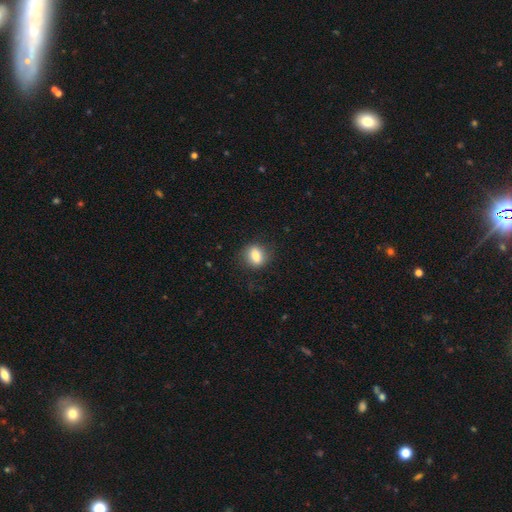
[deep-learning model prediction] smooth_or_featured: smooth (p=0.81) [alt: featured or disk p=0.10]
how_rounded: in between (p=0.55) [alt: round p=0.41]
merging: none (p=0.84) [alt: minor disturbance p=0.11]